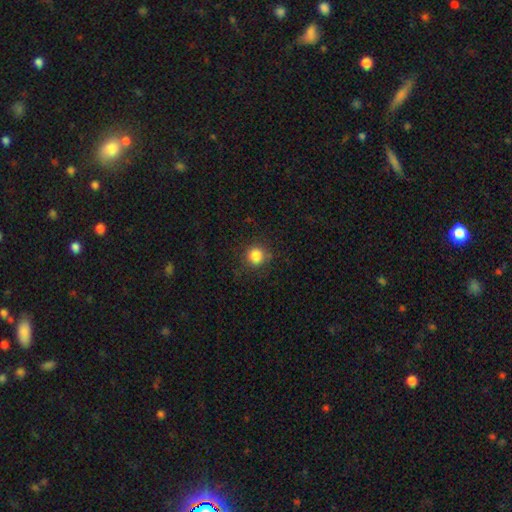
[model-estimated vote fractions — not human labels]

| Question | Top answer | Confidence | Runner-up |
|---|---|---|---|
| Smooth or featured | smooth | 84% | star or artifact (11%) |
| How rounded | round | 91% | in between (8%) |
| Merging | none | 84% | minor disturbance (11%) |